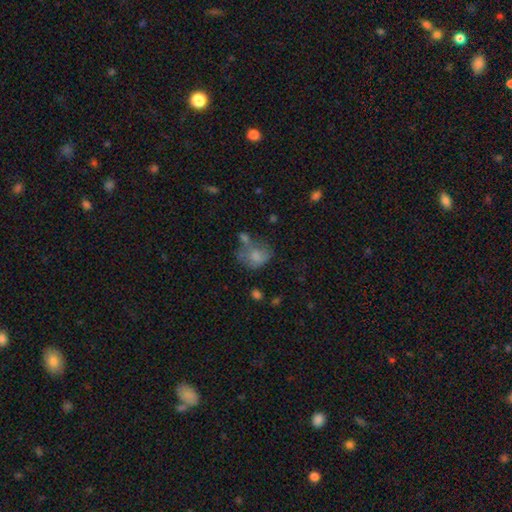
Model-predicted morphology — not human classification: This appears to be a smooth galaxy with no disk features (67%) that is in between round and cigar-shaped (54%). Merging: none (30%).